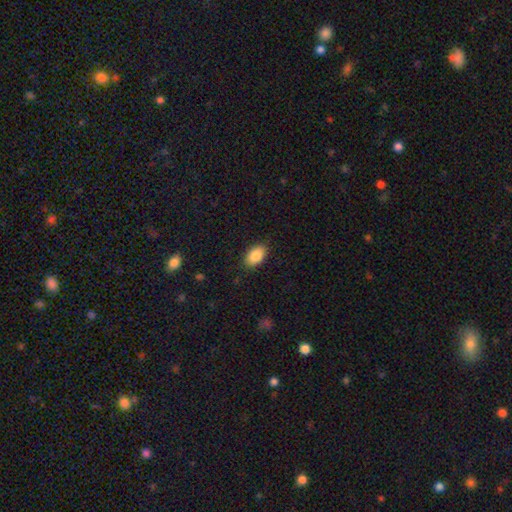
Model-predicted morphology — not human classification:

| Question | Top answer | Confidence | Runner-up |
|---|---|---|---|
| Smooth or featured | smooth | 87% | star or artifact (7%) |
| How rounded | in between | 92% | round (7%) |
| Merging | none | 87% | minor disturbance (10%) |